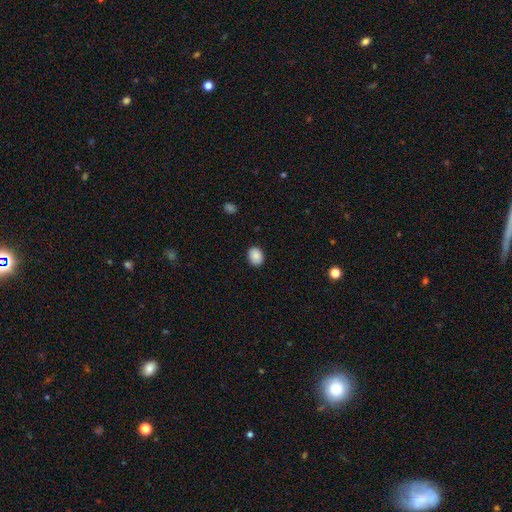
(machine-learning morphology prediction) smooth_or_featured: smooth (p=0.88) [alt: star or artifact p=0.08]
how_rounded: in between (p=0.59) [alt: round p=0.40]
merging: none (p=0.88) [alt: minor disturbance p=0.09]